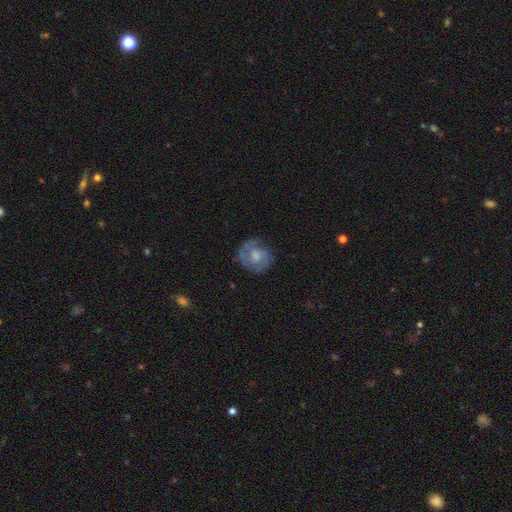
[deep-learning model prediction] The model was most divided on "smooth or featured": featured or disk: 58%, smooth: 35%, star or artifact: 7%. More confident: edge-on disk — no (97%); spiral arms — yes (74%); bar — no (66%); merging — none (64%); bulge size — moderate (51%).